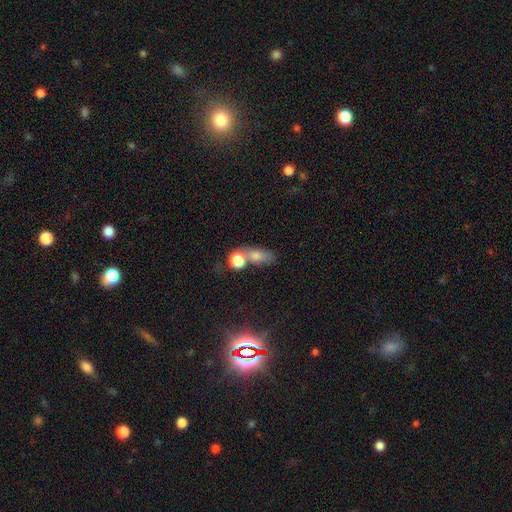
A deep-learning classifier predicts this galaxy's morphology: Overall: smooth (62%; star or artifact 24%). How rounded: in between (62%; round 26%). Merging: none (51%; merger 29%).